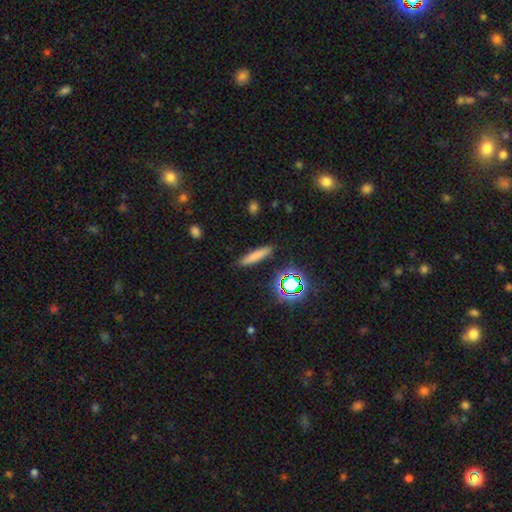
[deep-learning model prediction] smooth-or-featured: smooth: 74% | star or artifact: 14% | featured or disk: 12%
  how-rounded: cigar-shaped: 86% | in between: 11% | round: 3%
  merging: none: 87% | minor disturbance: 8% | major disturbance: 2% | merger: 2%